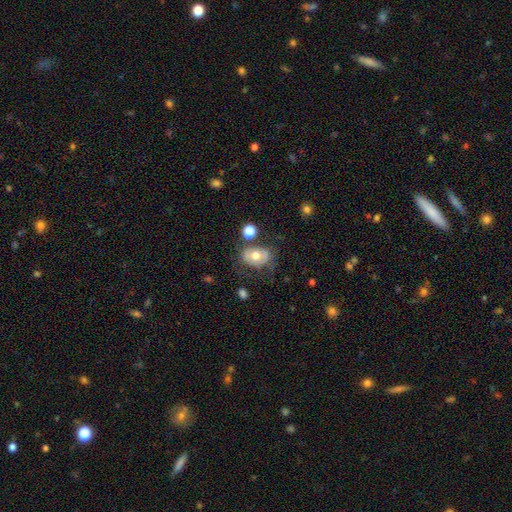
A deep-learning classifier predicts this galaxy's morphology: smooth-or-featured: smooth: 53% | featured or disk: 38% | star or artifact: 9%
  how-rounded: in between: 66% | round: 33% | cigar-shaped: 1%
  merging: none: 55% | minor disturbance: 22% | major disturbance: 15% | merger: 9%